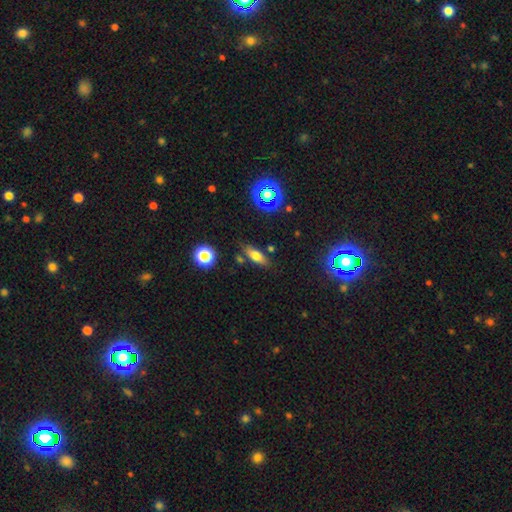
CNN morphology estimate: Q: Smooth or featured?
A: smooth (67%); runner-up: featured or disk (20%)
Q: How rounded?
A: in between (68%); runner-up: cigar-shaped (26%)
Q: Merging?
A: none (77%); runner-up: minor disturbance (14%)